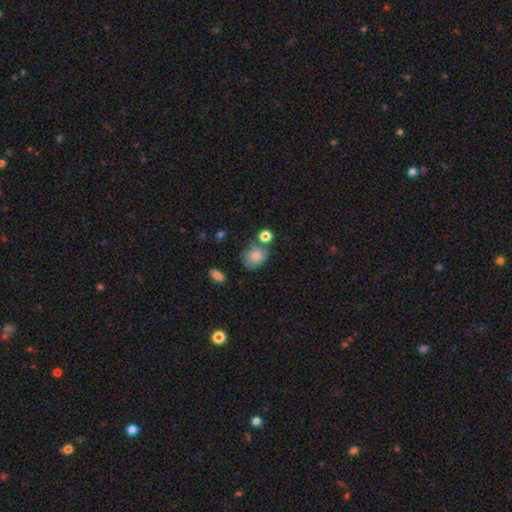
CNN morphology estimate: Smooth or featured? smooth (79%)
How rounded? round (65%)
Merging? none (59%)